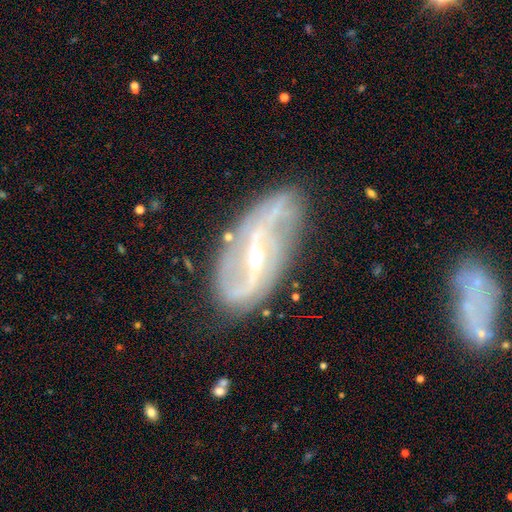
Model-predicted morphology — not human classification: type=featured or disk (87%); edge-on=no (94%); bar=weak (42%); spiral arms=yes (93%); winding=loose (60%); arm count=2 (81%); bulge=small (70%); merging=none (69%).